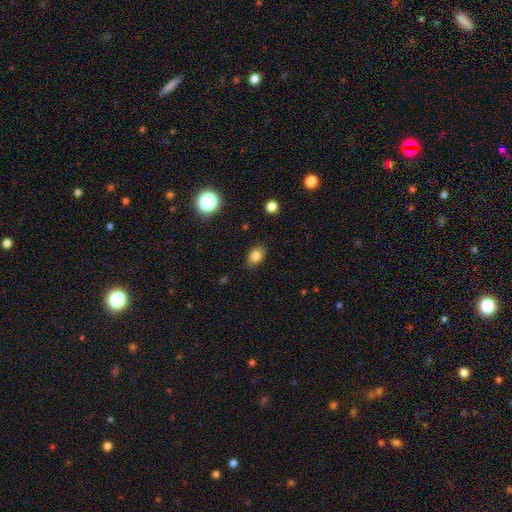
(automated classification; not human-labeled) Smooth or featured?
  - smooth: 82% *
  - star or artifact: 11%
  - featured or disk: 7%
How rounded?
  - in between: 77% *
  - round: 21%
  - cigar-shaped: 1%
Merging?
  - none: 86% *
  - minor disturbance: 10%
  - major disturbance: 3%
  - merger: 1%